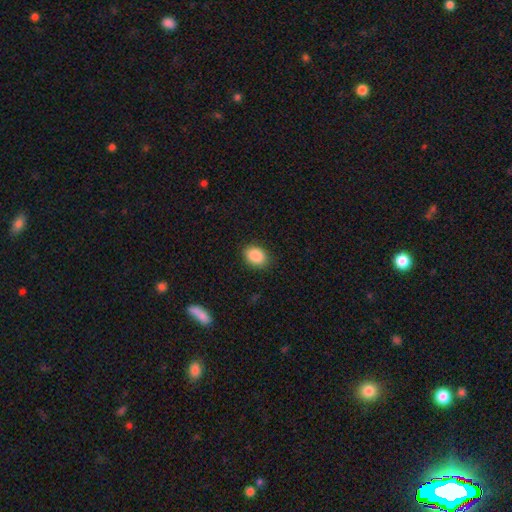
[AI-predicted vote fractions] Morphology: type=smooth (89%); roundness=in between (71%); merging=none (87%).